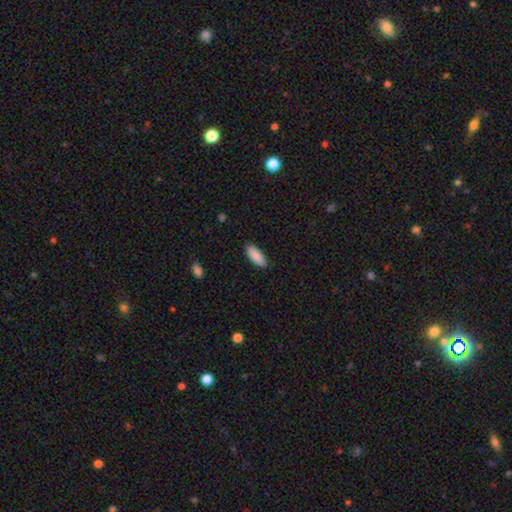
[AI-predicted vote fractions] Smooth or featured? smooth (90%)
How rounded? in between (74%)
Merging? none (88%)